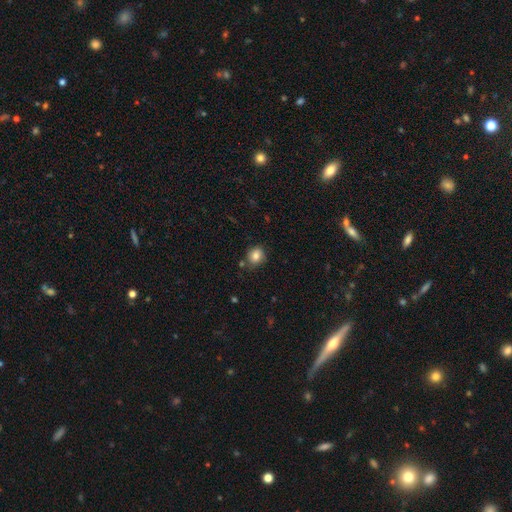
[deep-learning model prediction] Smooth or featured?
  - smooth: 83% *
  - star or artifact: 10%
  - featured or disk: 7%
How rounded?
  - round: 73% *
  - in between: 26%
  - cigar-shaped: 1%
Merging?
  - none: 78% *
  - minor disturbance: 14%
  - merger: 5%
  - major disturbance: 3%